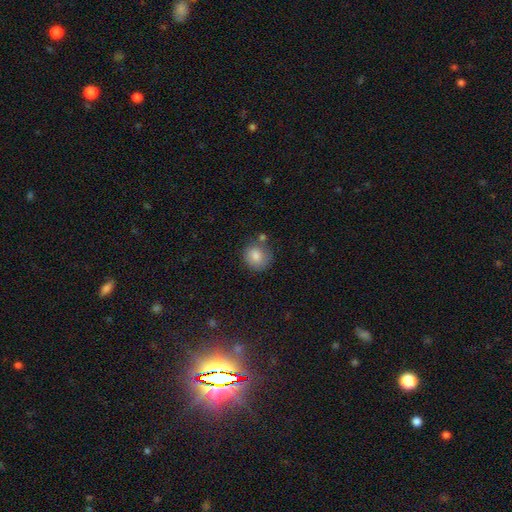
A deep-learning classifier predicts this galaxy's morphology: Smooth or featured? Predicted: smooth (p=0.84). How rounded? Predicted: round (p=0.86). Merging? Predicted: none (p=0.70).